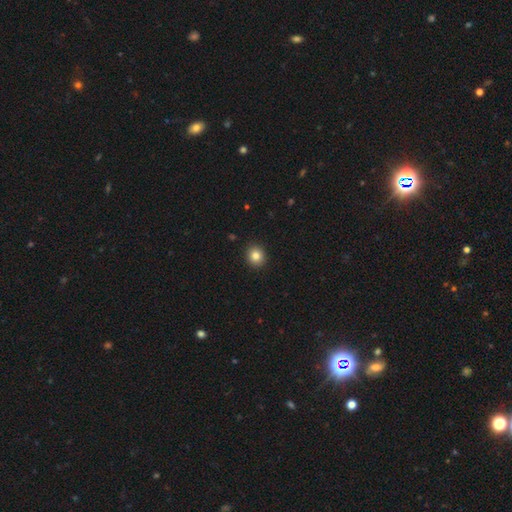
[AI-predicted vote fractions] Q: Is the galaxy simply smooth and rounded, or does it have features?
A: smooth — 84%.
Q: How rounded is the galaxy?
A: round — 84%.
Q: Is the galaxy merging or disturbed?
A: none — 92%.